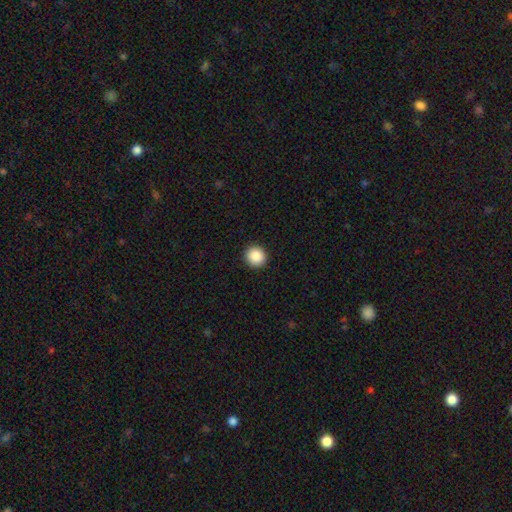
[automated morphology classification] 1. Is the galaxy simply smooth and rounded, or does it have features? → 88% smooth, 9% star or artifact, 3% featured or disk.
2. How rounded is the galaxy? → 93% round, 6% in between, 1% cigar-shaped.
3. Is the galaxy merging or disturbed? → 93% none, 5% minor disturbance, 2% major disturbance, 1% merger.